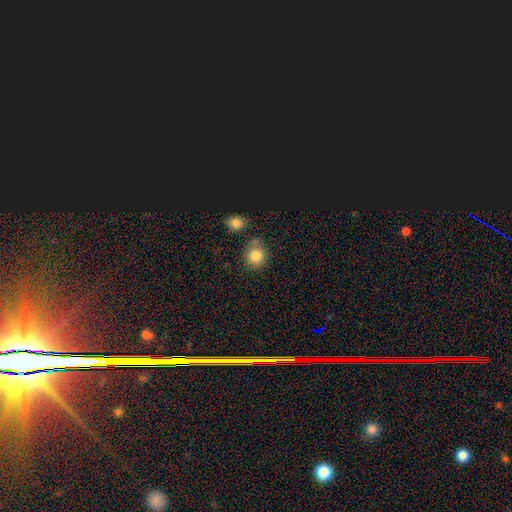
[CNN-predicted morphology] smooth 83%, star or artifact 11%, featured or disk 6%. Down the decision tree: how rounded — round (84%); merging — none (70%).